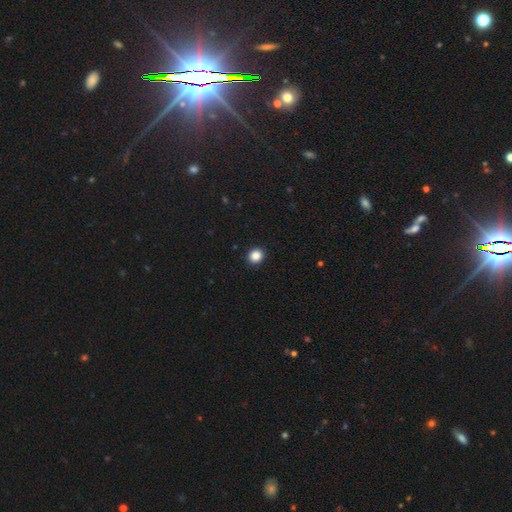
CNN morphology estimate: Smooth or featured?
  - smooth: 87% *
  - star or artifact: 10%
  - featured or disk: 3%
How rounded?
  - round: 88% *
  - in between: 11%
  - cigar-shaped: 1%
Merging?
  - none: 93% *
  - minor disturbance: 5%
  - major disturbance: 2%
  - merger: 1%